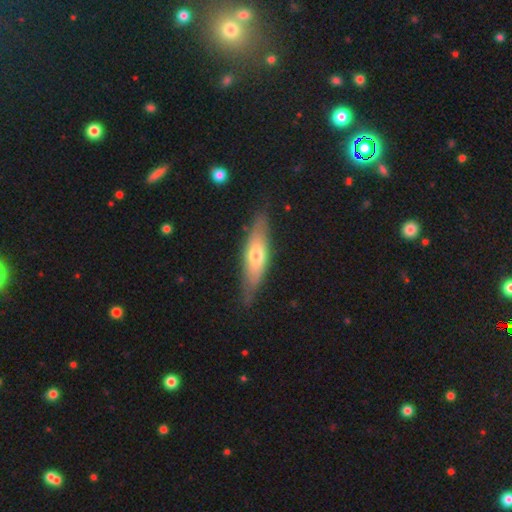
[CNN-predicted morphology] Smooth or featured? smooth (54%)
How rounded? cigar-shaped (60%)
Merging? none (80%)